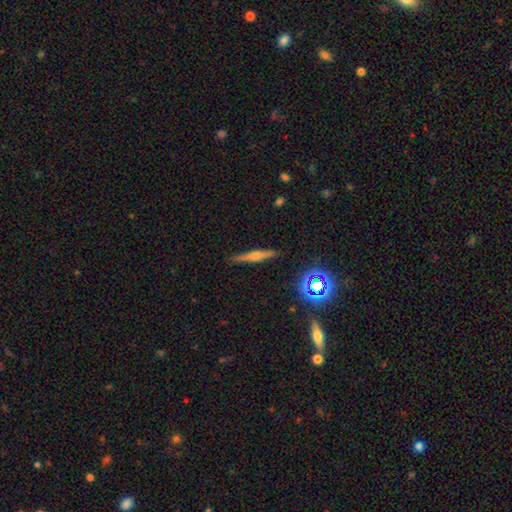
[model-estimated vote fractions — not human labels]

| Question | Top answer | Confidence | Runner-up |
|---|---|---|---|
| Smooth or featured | featured or disk | 50% | smooth (39%) |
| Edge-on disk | yes | 96% | no (4%) |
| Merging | none | 87% | minor disturbance (10%) |